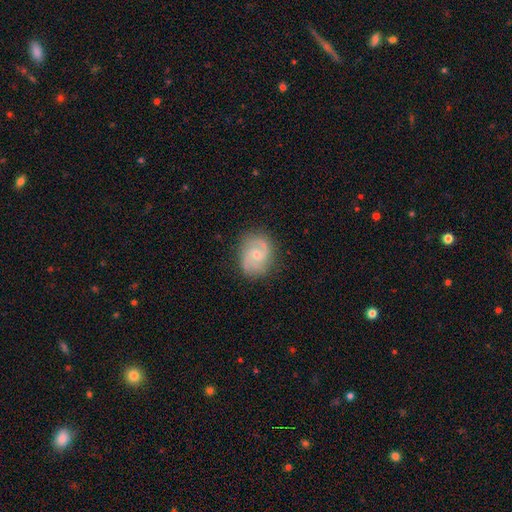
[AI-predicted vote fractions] Smooth or featured? featured or disk (73%)
Edge-on disk? no (98%)
Bar? no (61%)
Spiral arms? yes (94%)
Spiral winding? medium (51%)
Spiral arm count? 2 (81%)
Bulge size? small (54%)
Merging? none (79%)